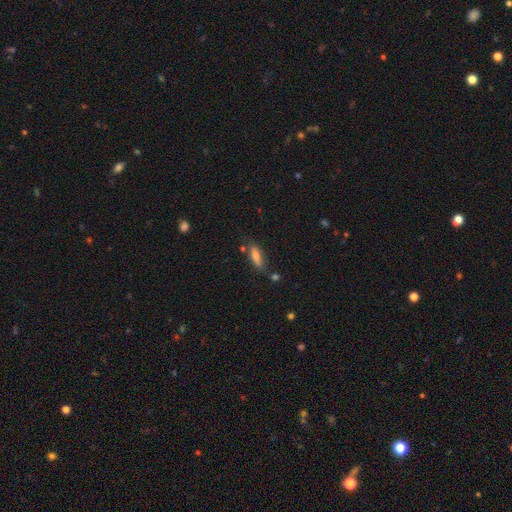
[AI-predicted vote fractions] Overall: smooth (74%). How rounded: in between (49%, tied with cigar-shaped). Merging: none (69%).